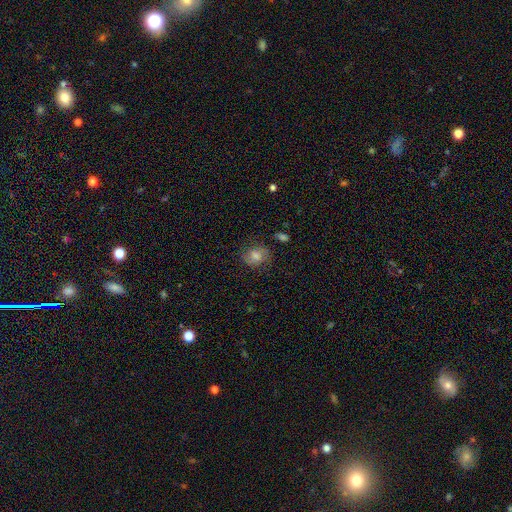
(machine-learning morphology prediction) smooth_or_featured: smooth (p=0.48) [alt: featured or disk p=0.38]
merging: none (p=0.76) [alt: minor disturbance p=0.16]